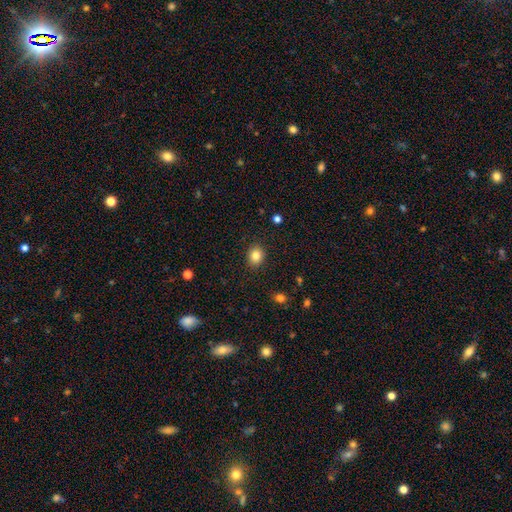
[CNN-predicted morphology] type=smooth (84%); roundness=round (63%); merging=none (89%).